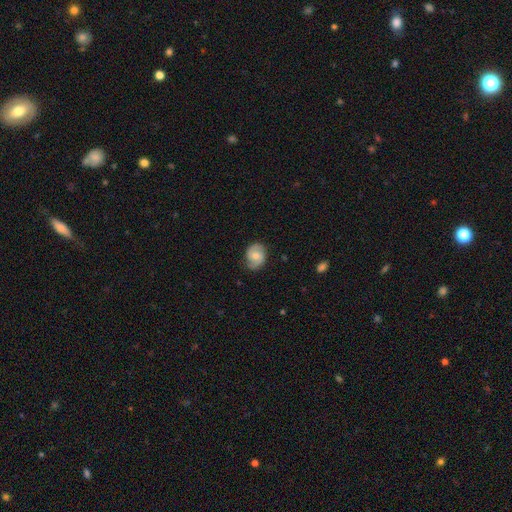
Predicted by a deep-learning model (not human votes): A featured or disk galaxy (50%).

Vote fractions:
- Smooth or featured? featured or disk: 50% / smooth: 43% / star or artifact: 7%
- Merging? none: 75% / minor disturbance: 19% / major disturbance: 5% / merger: 1%